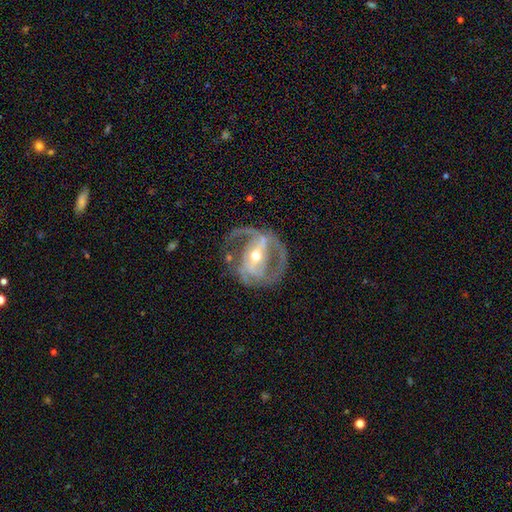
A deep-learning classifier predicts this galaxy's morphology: type=featured or disk (88%); edge-on=no (96%); bar=strong (60%); spiral arms=yes (90%); winding=medium (49%); arm count=2 (70%); bulge=moderate (56%); merging=none (59%).